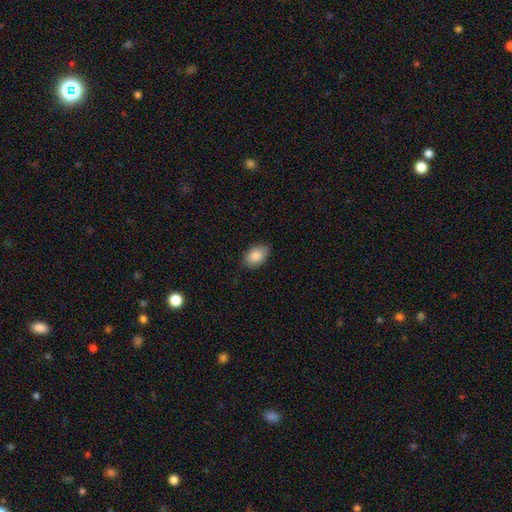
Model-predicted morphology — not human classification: smooth-or-featured: smooth: 87% | star or artifact: 7% | featured or disk: 6%
  how-rounded: in between: 89% | round: 10% | cigar-shaped: 1%
  merging: none: 83% | minor disturbance: 13% | major disturbance: 2% | merger: 1%